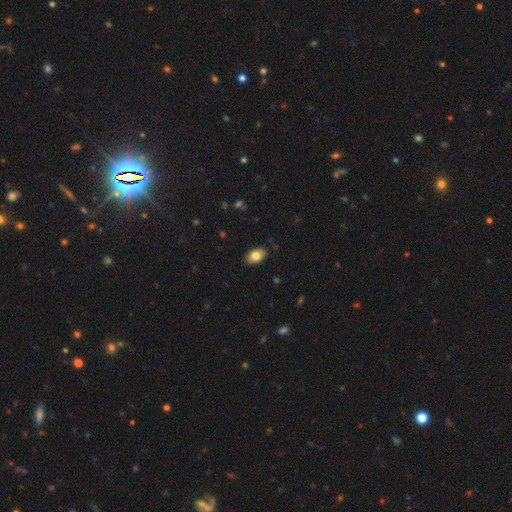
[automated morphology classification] smooth_or_featured: smooth (p=0.81) [alt: featured or disk p=0.11]
how_rounded: in between (p=0.89) [alt: round p=0.10]
merging: none (p=0.86) [alt: minor disturbance p=0.11]